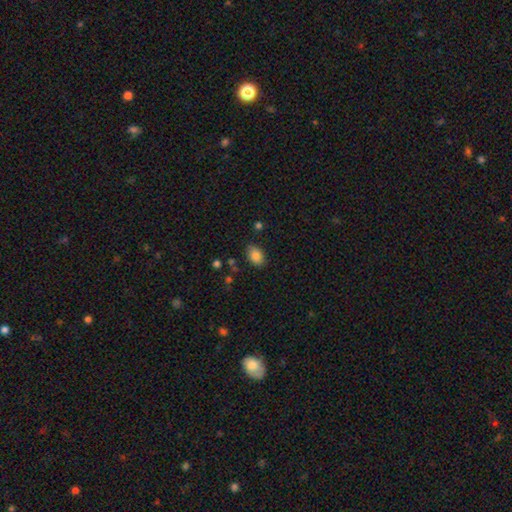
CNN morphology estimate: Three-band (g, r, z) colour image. It shows a smooth galaxy with no disk features (85%) that is in between round and cigar-shaped (82%). Merging: none (81%).